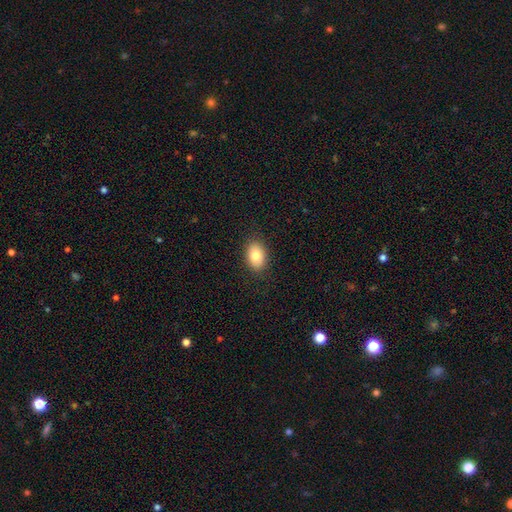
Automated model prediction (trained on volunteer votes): smooth-or-featured: smooth: 82% | featured or disk: 10% | star or artifact: 8%
  how-rounded: in between: 85% | round: 14% | cigar-shaped: 1%
  merging: none: 88% | minor disturbance: 9% | major disturbance: 2% | merger: 1%